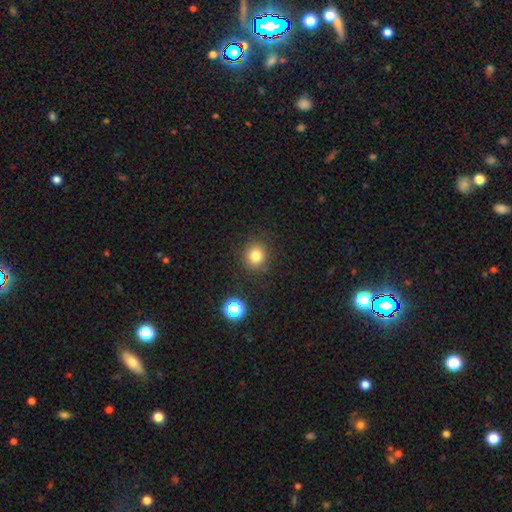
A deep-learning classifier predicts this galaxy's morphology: smooth-or-featured: smooth: 81% | star or artifact: 14% | featured or disk: 6%
  how-rounded: round: 88% | in between: 11% | cigar-shaped: 1%
  merging: none: 88% | minor disturbance: 8% | major disturbance: 3% | merger: 2%